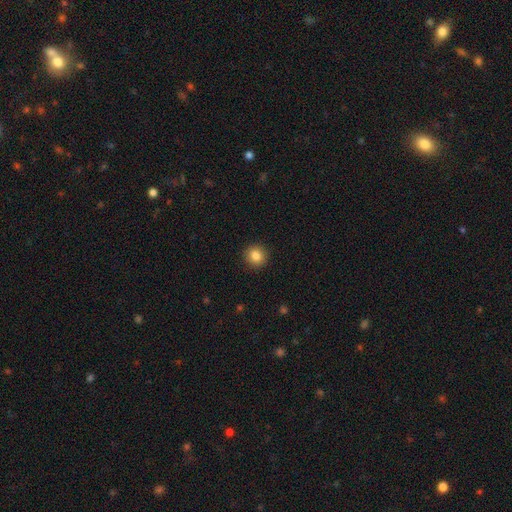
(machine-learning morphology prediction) A smooth galaxy with no disk features (85%) that is round (91%).

Vote fractions:
- Smooth or featured? smooth: 85% / star or artifact: 10% / featured or disk: 5%
- How rounded? round: 91% / in between: 8% / cigar-shaped: 1%
- Merging? none: 92% / minor disturbance: 5% / major disturbance: 2% / merger: 1%